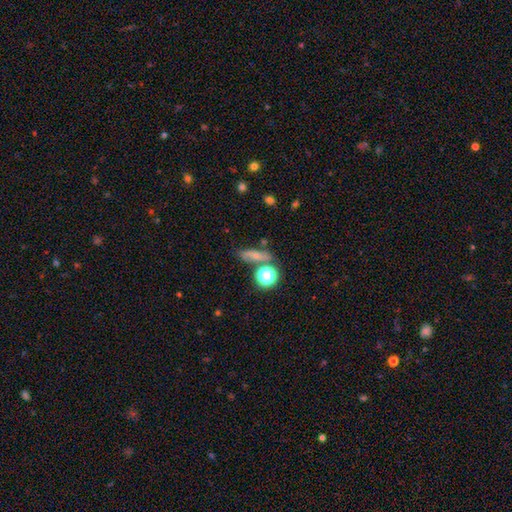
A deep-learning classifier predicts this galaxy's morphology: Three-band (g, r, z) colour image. It shows a smooth galaxy with no disk features (58%) that is in between round and cigar-shaped (38%). Merging: none (66%).